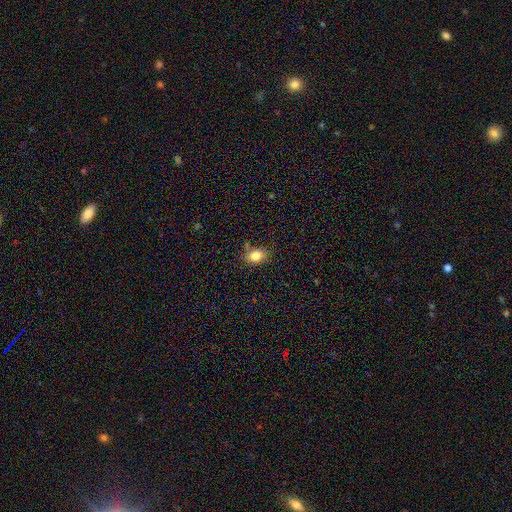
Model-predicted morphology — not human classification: Smooth or featured? smooth (82%)
How rounded? in between (68%)
Merging? none (75%)